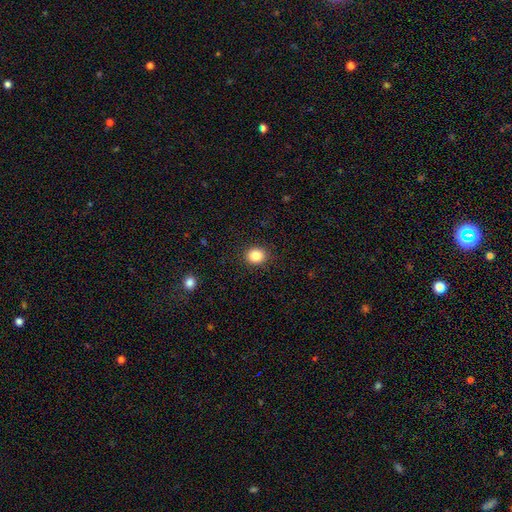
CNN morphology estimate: Smooth or featured?
  - smooth: 85% *
  - star or artifact: 10%
  - featured or disk: 5%
How rounded?
  - round: 73% *
  - in between: 26%
  - cigar-shaped: 1%
Merging?
  - none: 90% *
  - minor disturbance: 7%
  - major disturbance: 2%
  - merger: 1%